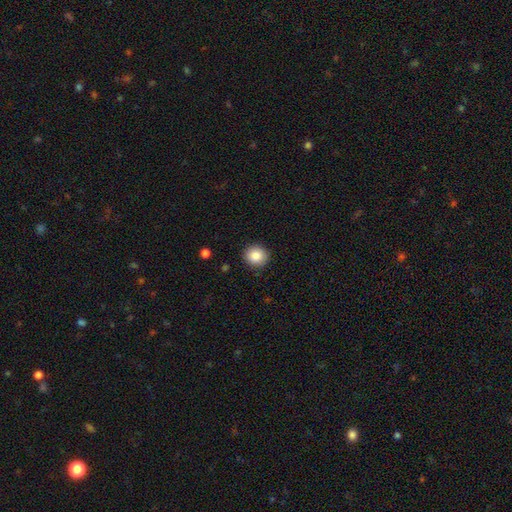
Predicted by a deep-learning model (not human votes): smooth_or_featured: smooth (p=0.85) [alt: star or artifact p=0.09]
how_rounded: round (p=0.88) [alt: in between p=0.11]
merging: none (p=0.91) [alt: minor disturbance p=0.06]